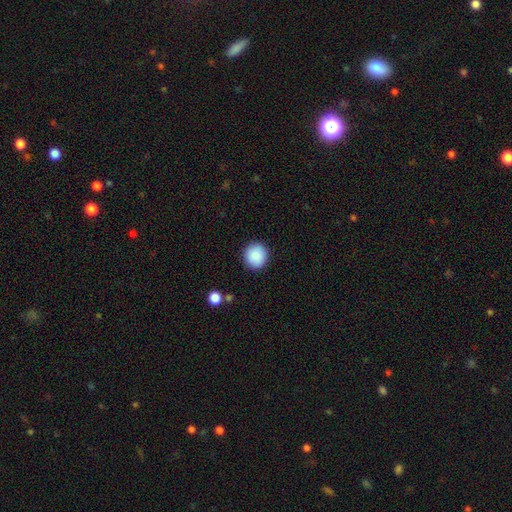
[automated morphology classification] This appears to be a smooth galaxy with no disk features (89%) that is round (92%). Merging: none (91%).